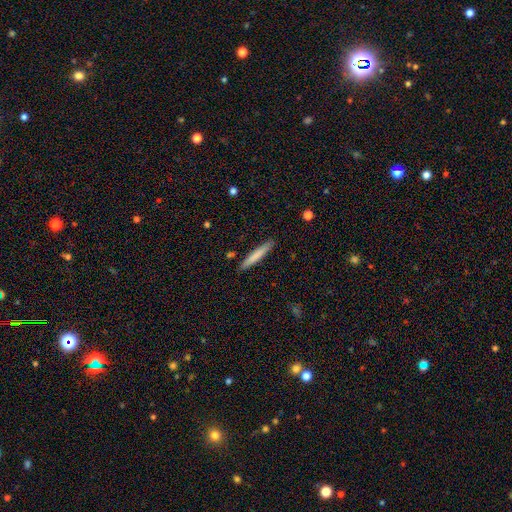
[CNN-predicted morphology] The model was most divided on "smooth or featured": smooth: 75%, featured or disk: 20%, star or artifact: 5%. More confident: how rounded — cigar-shaped (95%); merging — none (90%).